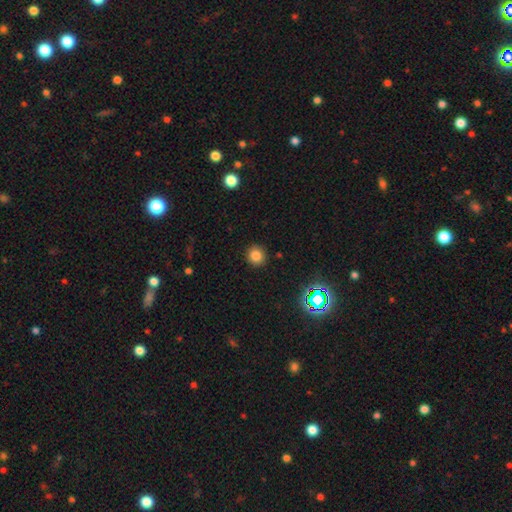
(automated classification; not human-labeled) Morphology: type=smooth (81%); roundness=round (90%); merging=none (91%).